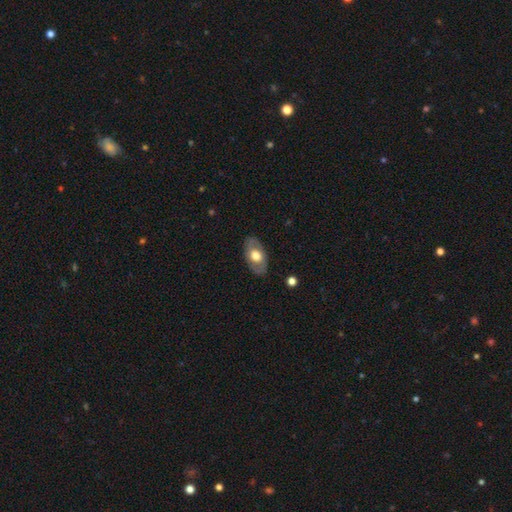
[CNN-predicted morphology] A smooth galaxy with no disk features (48%).

Vote fractions:
- Smooth or featured? smooth: 48% / featured or disk: 47% / star or artifact: 6%
- Merging? none: 83% / minor disturbance: 12% / major disturbance: 4% / merger: 1%